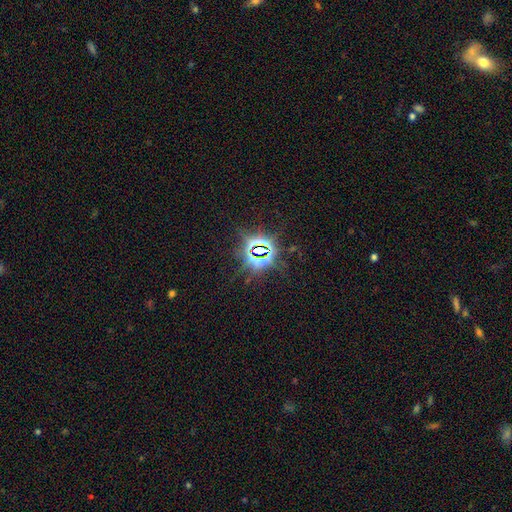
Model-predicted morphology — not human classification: A star or artifact, not a galaxy (83%).